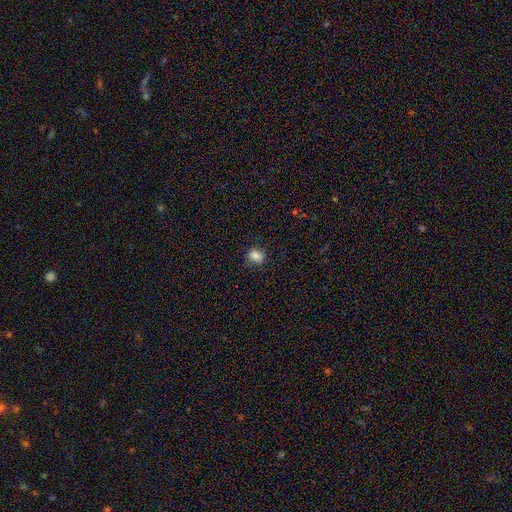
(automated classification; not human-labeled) Morphology: type=smooth (83%); roundness=in between (50%); merging=none (78%).